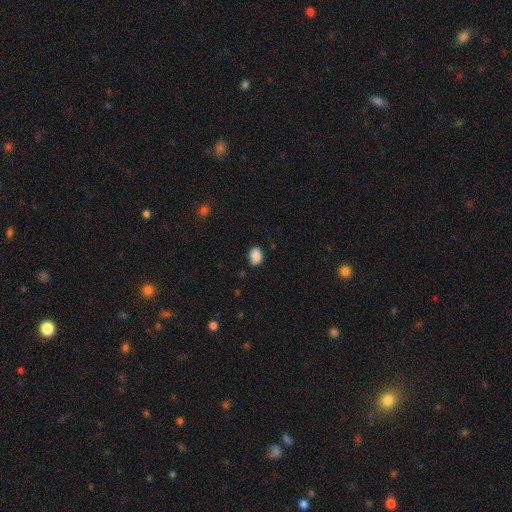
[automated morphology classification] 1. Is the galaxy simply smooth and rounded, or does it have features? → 88% smooth, 9% star or artifact, 4% featured or disk.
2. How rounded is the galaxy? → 79% in between, 20% round, 1% cigar-shaped.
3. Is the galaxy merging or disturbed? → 76% none, 18% minor disturbance, 3% major disturbance, 2% merger.